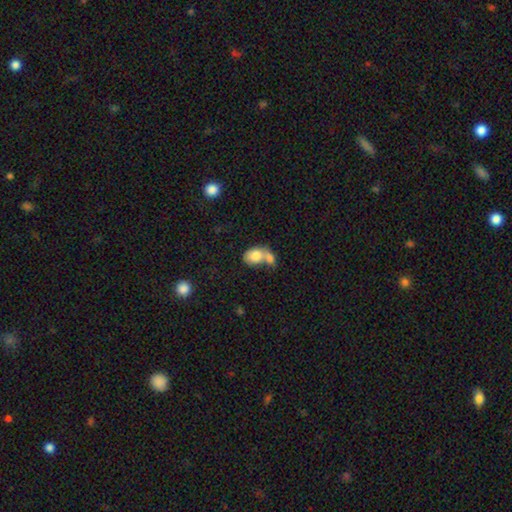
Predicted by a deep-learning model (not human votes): A smooth galaxy with no disk features (78%) that is in between round and cigar-shaped (71%). Merging: merger (68%).